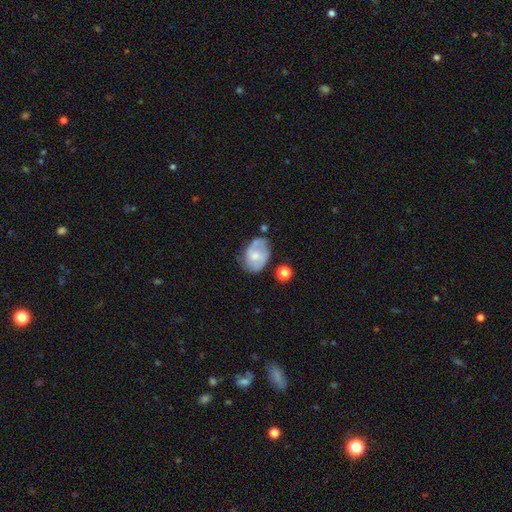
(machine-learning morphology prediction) The model was most divided on "smooth or featured": smooth: 47%, featured or disk: 46%, star or artifact: 7%. More confident: merging — none (52%).